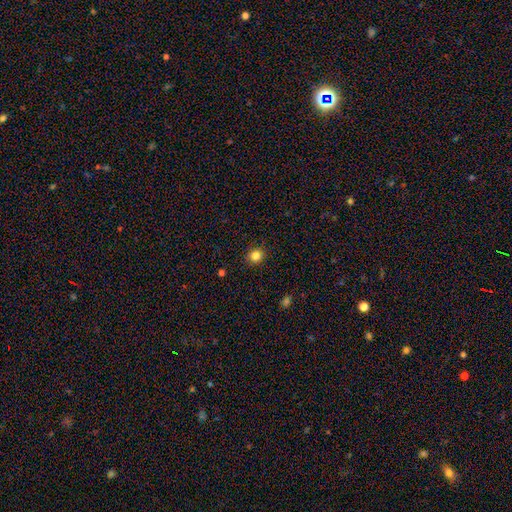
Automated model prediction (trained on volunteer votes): Smooth or featured: smooth — 83% (star or artifact — 12%)
How rounded: round — 83% (in between — 16%)
Merging: none — 91% (minor disturbance — 7%)